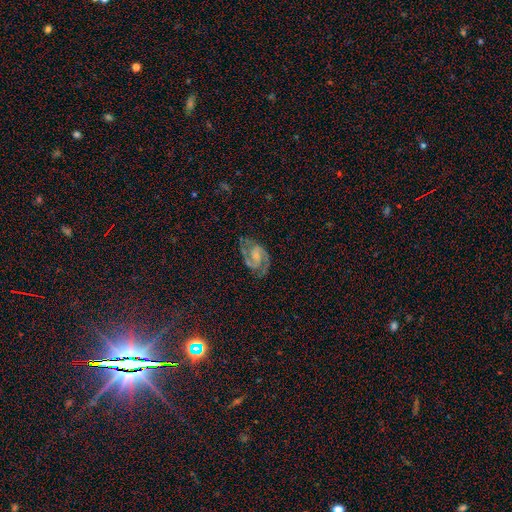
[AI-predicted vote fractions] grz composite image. It shows a featured or disk galaxy (84%) with a weak bar (44%, tied with no), 2 (89%) medium (53%) spiral arms (96%) and no central bulge (40%). Merging: none (70%).